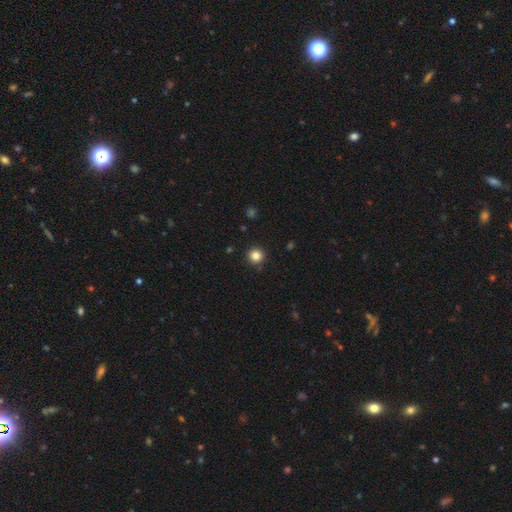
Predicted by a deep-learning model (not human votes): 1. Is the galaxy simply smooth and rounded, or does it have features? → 84% smooth, 12% star or artifact, 4% featured or disk.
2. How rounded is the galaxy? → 95% round, 4% in between, 1% cigar-shaped.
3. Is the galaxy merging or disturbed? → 91% none, 6% minor disturbance, 2% major disturbance, 1% merger.